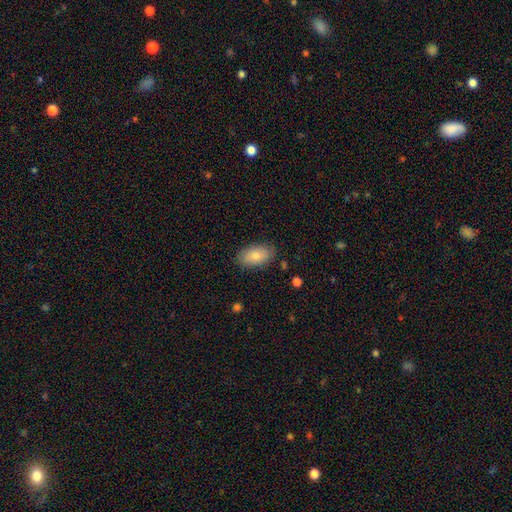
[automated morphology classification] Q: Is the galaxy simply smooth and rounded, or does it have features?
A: smooth — 80%.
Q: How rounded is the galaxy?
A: in between — 93%.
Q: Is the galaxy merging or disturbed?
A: none — 85%.